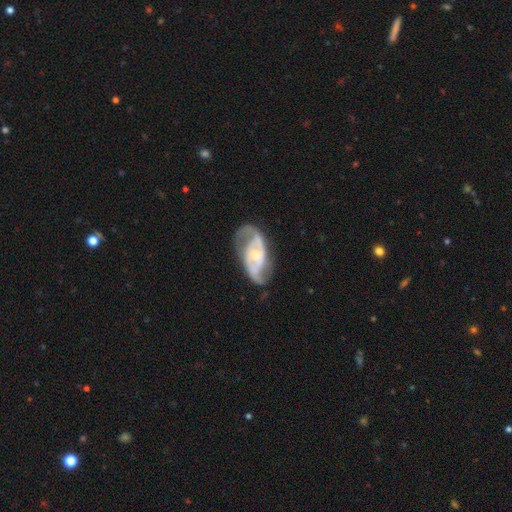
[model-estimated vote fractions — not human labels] Smooth or featured: featured or disk — 85% (smooth — 10%)
Edge-on disk: no — 95% (yes — 5%)
Bar: no — 49% (weak — 39%)
Spiral arms: yes — 94% (no — 6%)
Spiral winding: medium — 50% (tight — 29%)
Spiral arm count: 2 — 83% (can't tell — 9%)
Bulge size: small — 48% (moderate — 43%)
Merging: none — 67% (minor disturbance — 20%)